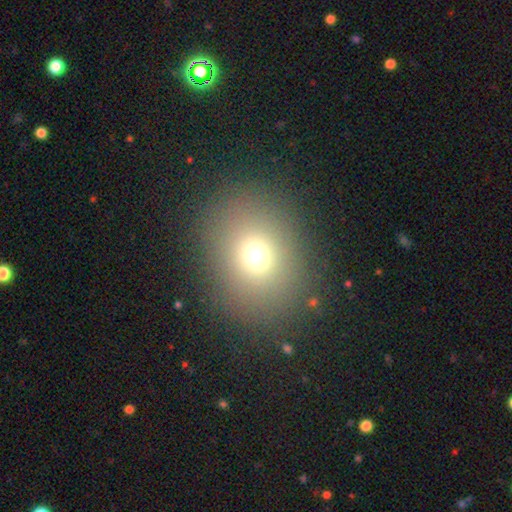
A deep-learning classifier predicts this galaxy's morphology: A smooth galaxy with no disk features (71%) that is round (56%).

Vote fractions:
- Smooth or featured? smooth: 71% / star or artifact: 17% / featured or disk: 12%
- How rounded? round: 56% / in between: 43% / cigar-shaped: 1%
- Merging? none: 85% / minor disturbance: 8% / major disturbance: 5% / merger: 1%